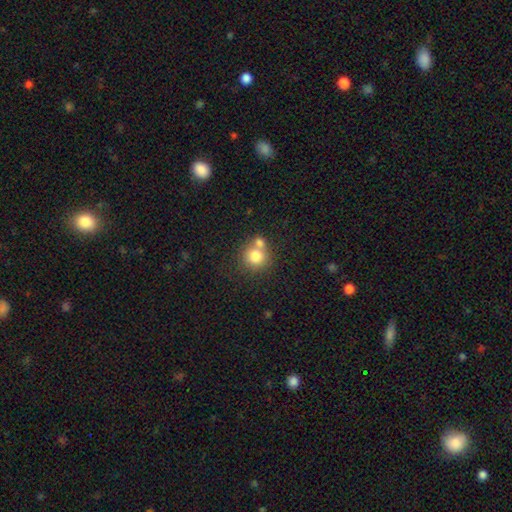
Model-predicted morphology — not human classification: Smooth or featured? Predicted: smooth (p=0.79). How rounded? Predicted: round (p=0.89). Merging? Predicted: none (p=0.49).